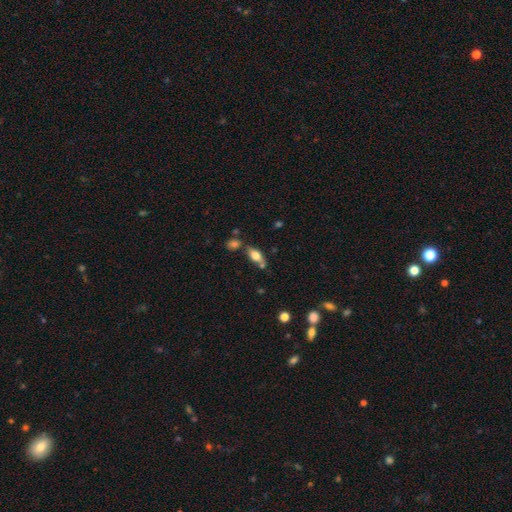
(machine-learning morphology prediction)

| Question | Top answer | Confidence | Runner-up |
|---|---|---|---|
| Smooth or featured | smooth | 65% | featured or disk (26%) |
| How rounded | in between | 80% | cigar-shaped (15%) |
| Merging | none | 61% | minor disturbance (18%) |